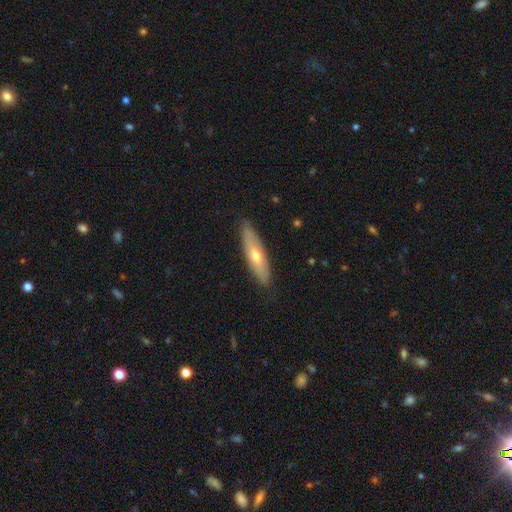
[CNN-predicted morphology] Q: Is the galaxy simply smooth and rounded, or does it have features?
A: featured or disk — 47%.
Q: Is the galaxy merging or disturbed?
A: none — 85%.